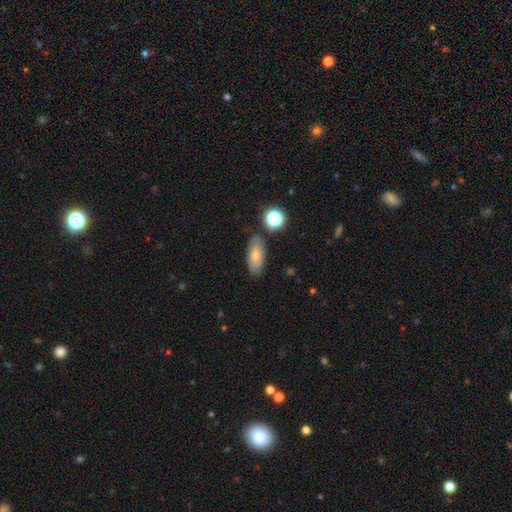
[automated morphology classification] The model was most divided on "smooth or featured": smooth: 75%, featured or disk: 17%, star or artifact: 9%. More confident: how rounded — in between (83%); merging — none (79%).